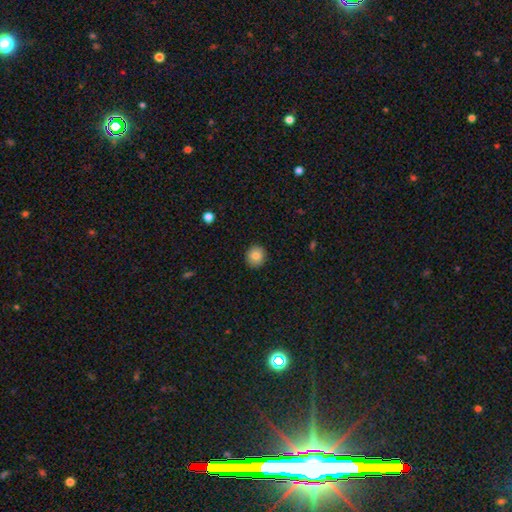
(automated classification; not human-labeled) smooth-or-featured: smooth: 83% | featured or disk: 9% | star or artifact: 9%
  how-rounded: round: 86% | in between: 13% | cigar-shaped: 1%
  merging: none: 91% | minor disturbance: 7% | major disturbance: 2% | merger: 1%